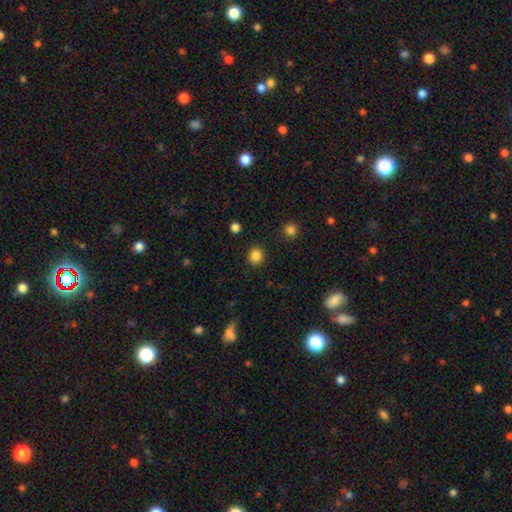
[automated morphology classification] Smooth or featured? smooth (85%)
How rounded? round (81%)
Merging? none (90%)